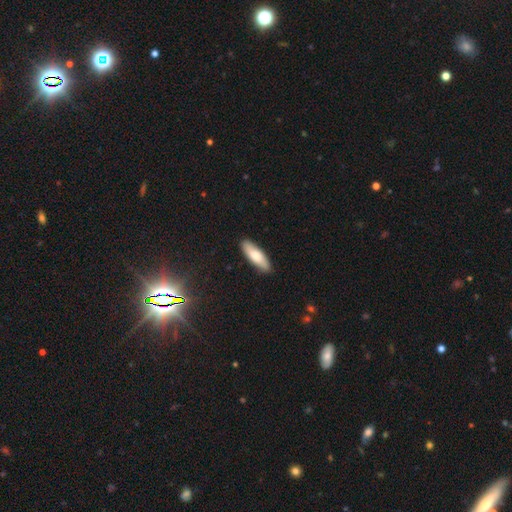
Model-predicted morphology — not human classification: Smooth or featured?
  - smooth: 74% *
  - featured or disk: 21%
  - star or artifact: 5%
How rounded?
  - in between: 50% *
  - cigar-shaped: 48%
  - round: 2%
Merging?
  - none: 89% *
  - minor disturbance: 8%
  - major disturbance: 2%
  - merger: 1%